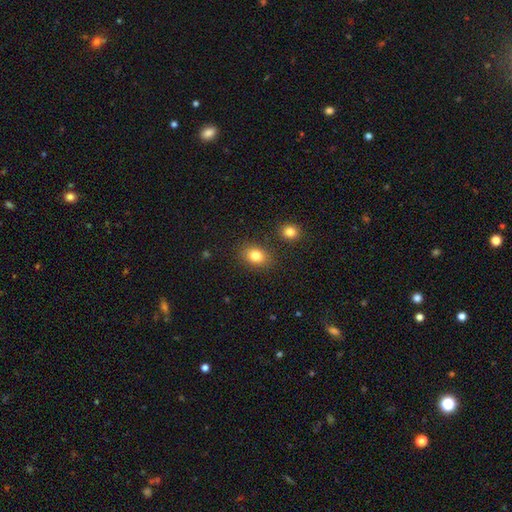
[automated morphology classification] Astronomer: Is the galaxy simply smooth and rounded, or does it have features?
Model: smooth — 83%.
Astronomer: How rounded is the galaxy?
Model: in between — 61% (runner-up: round, 38%).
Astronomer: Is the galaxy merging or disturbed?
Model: none — 82%.